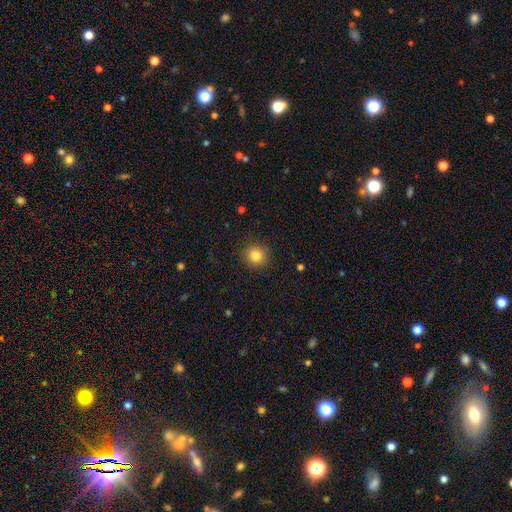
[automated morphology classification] Smooth or featured: smooth — 83% (star or artifact — 11%)
How rounded: round — 92% (in between — 7%)
Merging: none — 90% (minor disturbance — 7%)